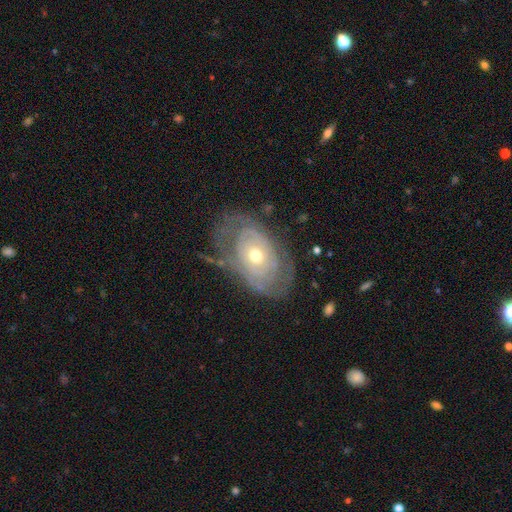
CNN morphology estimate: featured or disk 74%, smooth 20%, star or artifact 6%. Down the decision tree: edge-on disk — no (94%); bar — no (85%); spiral arms — yes (65%); bulge size — moderate (52%); merging — none (63%).